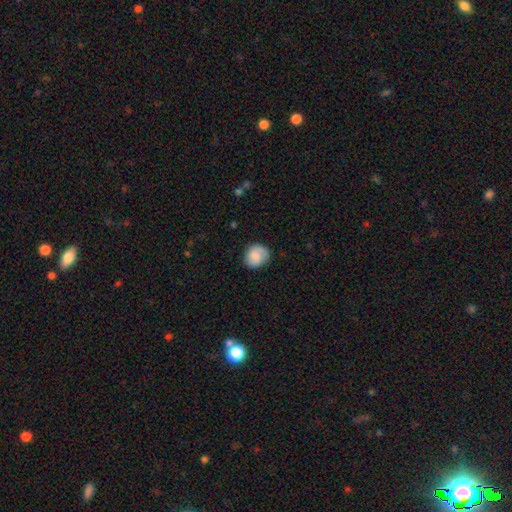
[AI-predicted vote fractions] This is likely a smooth galaxy (74%). How rounded: likely round (73%). Merging: likely none (76%).